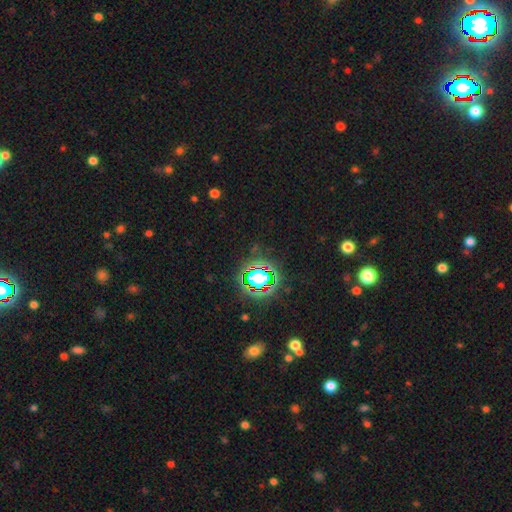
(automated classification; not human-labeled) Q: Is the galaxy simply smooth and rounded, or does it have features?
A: star or artifact — 80%.